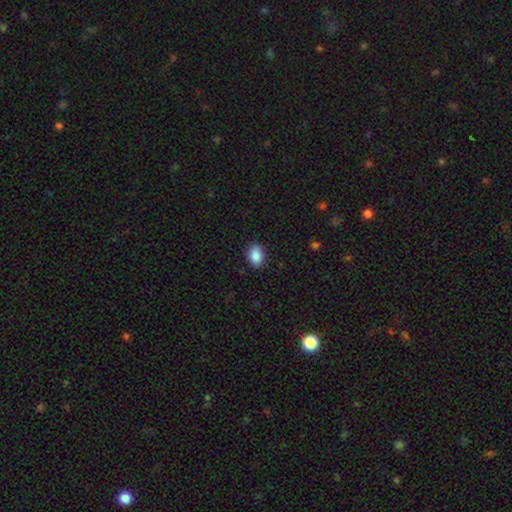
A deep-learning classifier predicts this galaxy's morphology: A smooth galaxy with no disk features (89%) that is in between round and cigar-shaped (78%). Merging: none (87%).